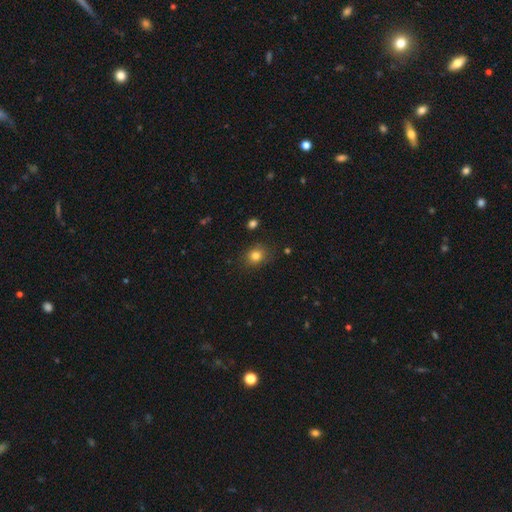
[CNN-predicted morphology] Overall: smooth (81%). How rounded: round (68%; in between 31%). Merging: none (83%).